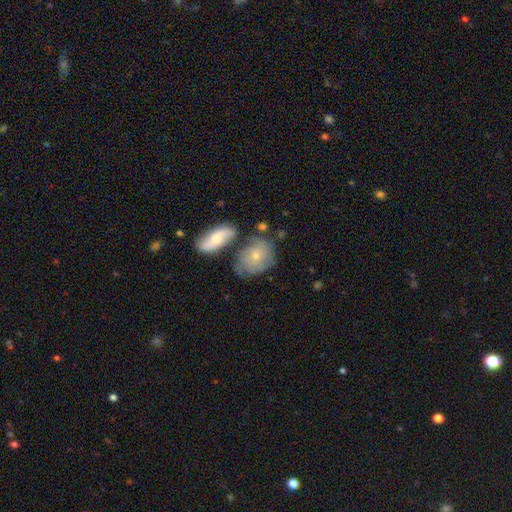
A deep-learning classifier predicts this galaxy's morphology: smooth-or-featured: smooth: 60% | featured or disk: 33% | star or artifact: 8%
  how-rounded: in between: 57% | round: 41% | cigar-shaped: 2%
  merging: none: 49% | merger: 23% | minor disturbance: 20% | major disturbance: 9%